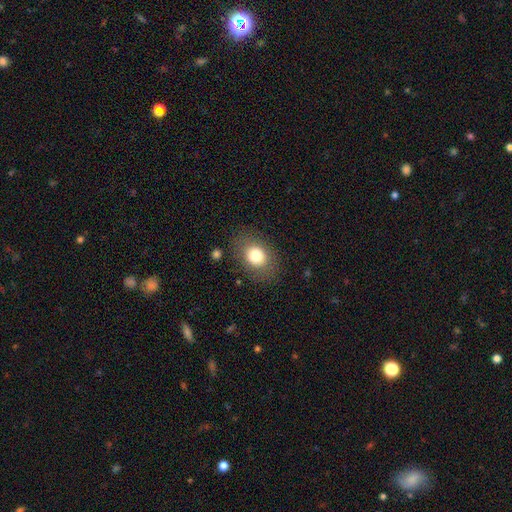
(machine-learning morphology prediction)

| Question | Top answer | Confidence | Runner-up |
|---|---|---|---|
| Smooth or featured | smooth | 78% | featured or disk (13%) |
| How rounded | in between | 62% | round (37%) |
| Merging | none | 81% | minor disturbance (12%) |